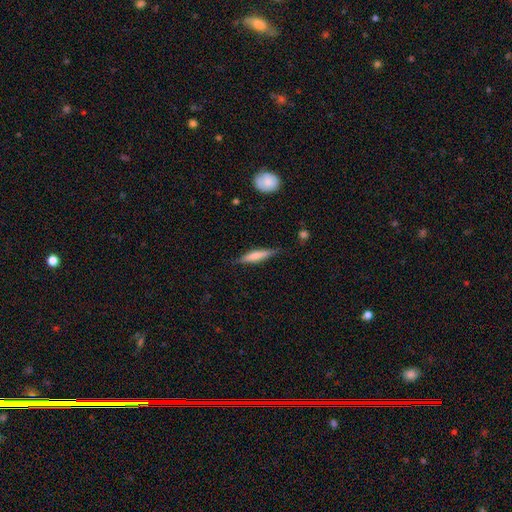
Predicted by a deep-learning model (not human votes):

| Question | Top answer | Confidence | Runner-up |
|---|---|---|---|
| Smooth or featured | smooth | 57% | featured or disk (38%) |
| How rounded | cigar-shaped | 85% | in between (13%) |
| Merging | none | 81% | minor disturbance (15%) |